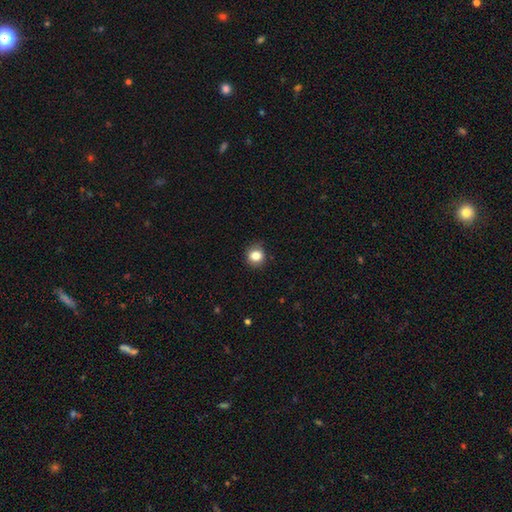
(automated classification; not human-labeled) This appears to be a smooth galaxy with no disk features (83%) that is round (88%). Merging: none (86%).